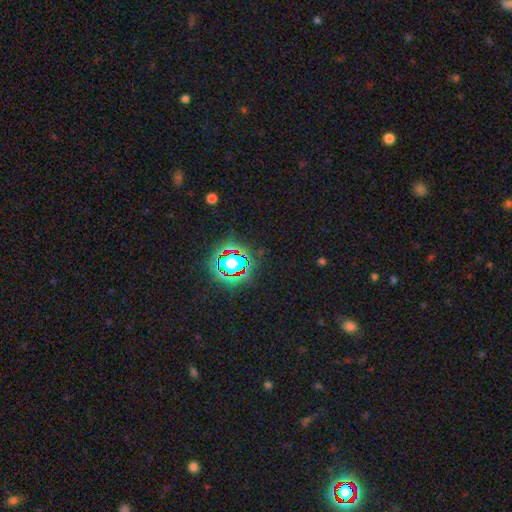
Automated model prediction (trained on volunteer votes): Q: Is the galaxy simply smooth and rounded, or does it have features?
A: star or artifact — 80%.